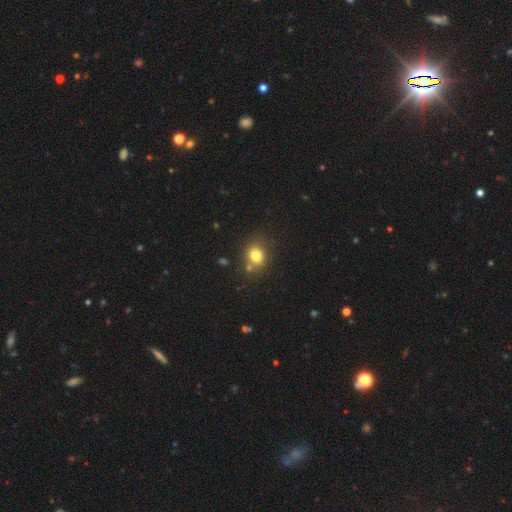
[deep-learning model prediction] Smooth or featured? Predicted: smooth (p=0.79). How rounded? Predicted: round (p=0.62). Merging? Predicted: none (p=0.70).